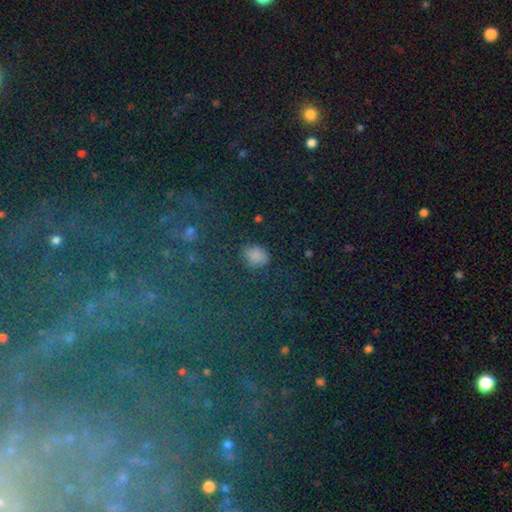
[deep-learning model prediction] Smooth or featured?
  - smooth: 72% *
  - star or artifact: 19%
  - featured or disk: 9%
How rounded?
  - in between: 61% *
  - round: 37%
  - cigar-shaped: 2%
Merging?
  - none: 67% *
  - minor disturbance: 21%
  - major disturbance: 9%
  - merger: 3%